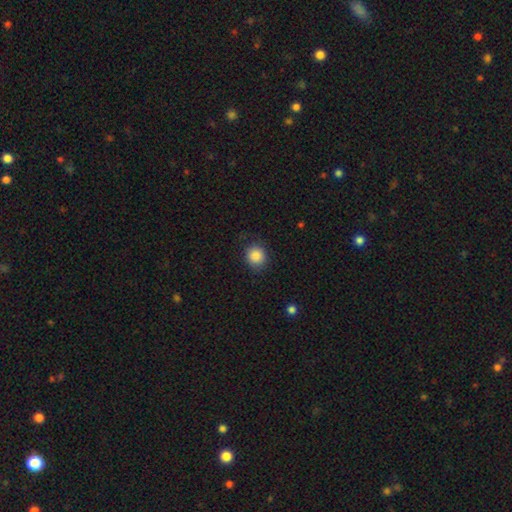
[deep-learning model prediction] A smooth galaxy with no disk features (87%) that is round (85%).

Vote fractions:
- Smooth or featured? smooth: 87% / star or artifact: 9% / featured or disk: 4%
- How rounded? round: 85% / in between: 14% / cigar-shaped: 1%
- Merging? none: 85% / minor disturbance: 11% / major disturbance: 3% / merger: 1%